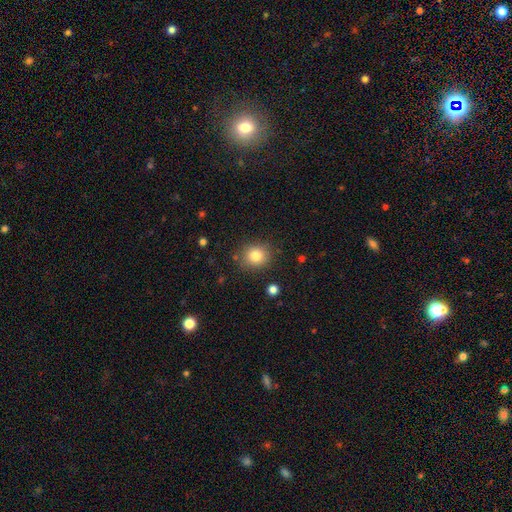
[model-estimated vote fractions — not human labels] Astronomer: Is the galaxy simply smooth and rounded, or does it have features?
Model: smooth — 82%.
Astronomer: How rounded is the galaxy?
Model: round — 78%.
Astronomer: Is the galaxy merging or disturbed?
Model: none — 85%.